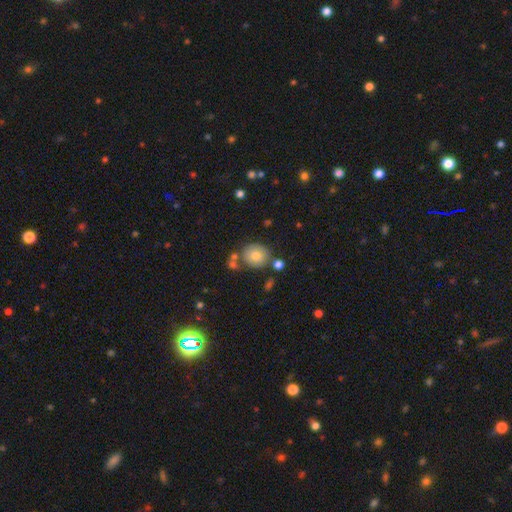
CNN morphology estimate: smooth_or_featured: smooth (p=0.76) [alt: featured or disk p=0.14]
how_rounded: round (p=0.83) [alt: in between p=0.16]
merging: none (p=0.70) [alt: merger p=0.13]